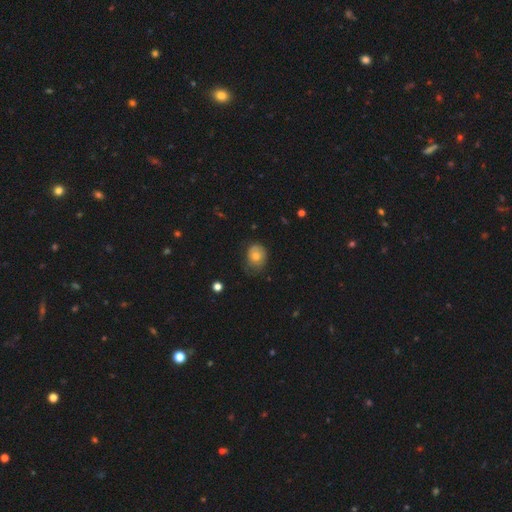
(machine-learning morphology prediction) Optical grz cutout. It shows a smooth galaxy with no disk features (71%) that is in between round and cigar-shaped (50%). Merging: none (55%).